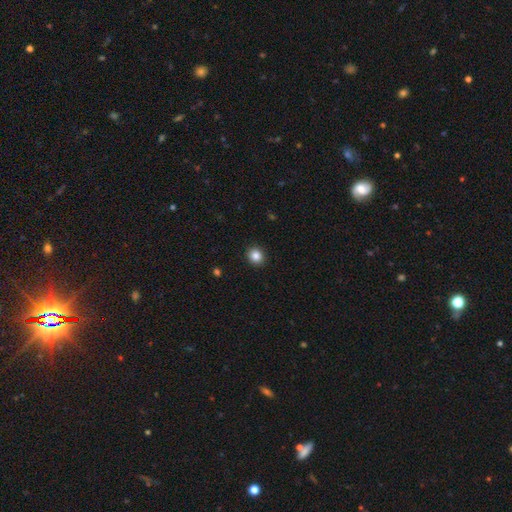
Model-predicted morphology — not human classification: A smooth galaxy with no disk features (85%) that is round (82%).

Vote fractions:
- Smooth or featured? smooth: 85% / star or artifact: 10% / featured or disk: 5%
- How rounded? round: 82% / in between: 17% / cigar-shaped: 1%
- Merging? none: 92% / minor disturbance: 5% / major disturbance: 2% / merger: 1%